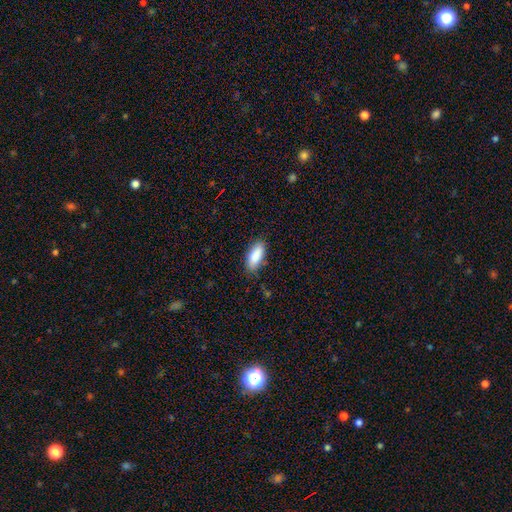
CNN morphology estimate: A smooth galaxy with no disk features (88%) that is in between round and cigar-shaped (82%). Merging: none (81%).